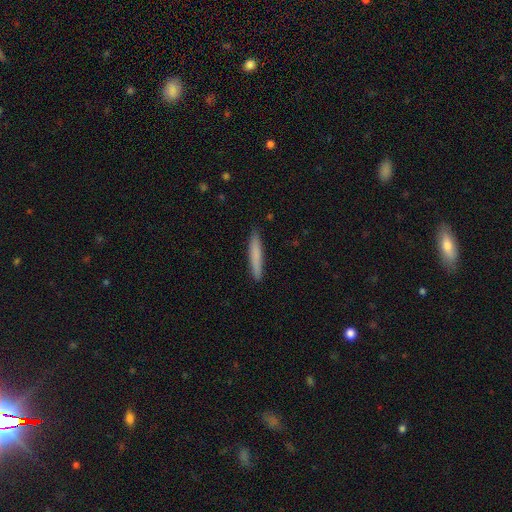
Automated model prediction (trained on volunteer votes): The model was most divided on "smooth or featured": smooth: 78%, featured or disk: 16%, star or artifact: 6%. More confident: how rounded — cigar-shaped (94%); merging — none (89%).